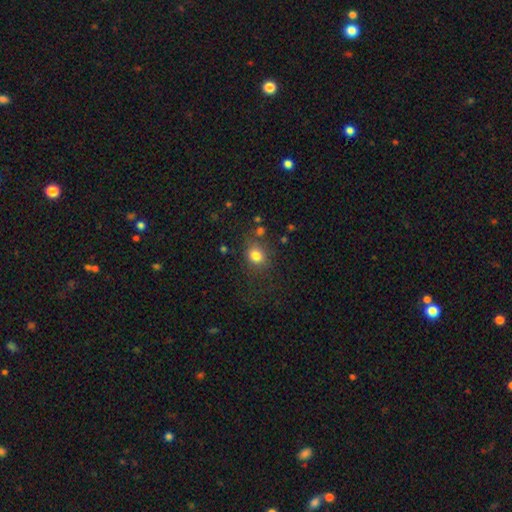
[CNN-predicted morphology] Smooth or featured? smooth (81%)
How rounded? round (62%)
Merging? none (73%)